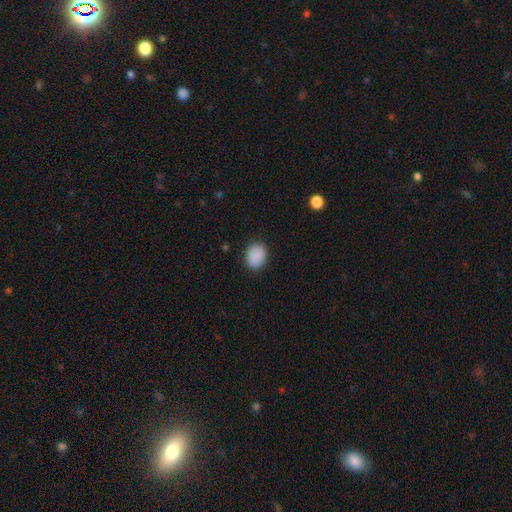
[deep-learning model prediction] Q: Smooth or featured?
A: smooth (89%); runner-up: star or artifact (8%)
Q: How rounded?
A: in between (55%); runner-up: round (44%)
Q: Merging?
A: none (86%); runner-up: minor disturbance (11%)